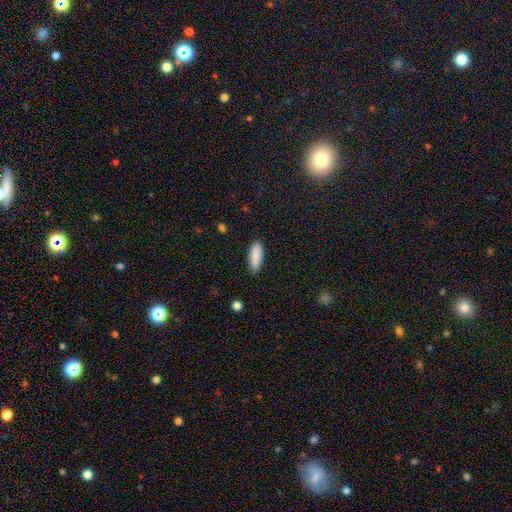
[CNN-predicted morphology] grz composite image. It shows a smooth galaxy with no disk features (88%) that is in between round and cigar-shaped (61%). Merging: none (85%).